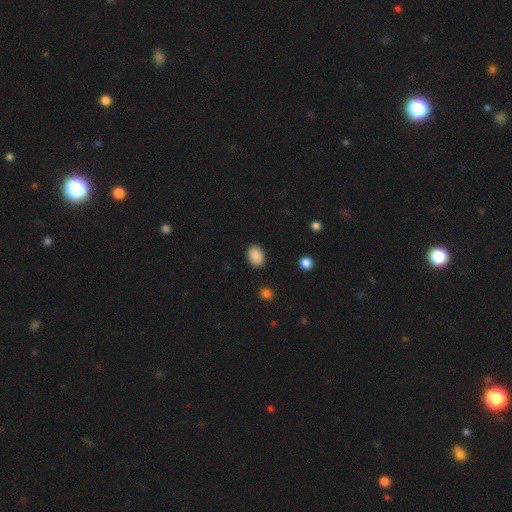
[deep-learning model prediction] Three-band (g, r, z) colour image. It shows a smooth galaxy with no disk features (89%) that is in between round and cigar-shaped (78%). Merging: none (88%).